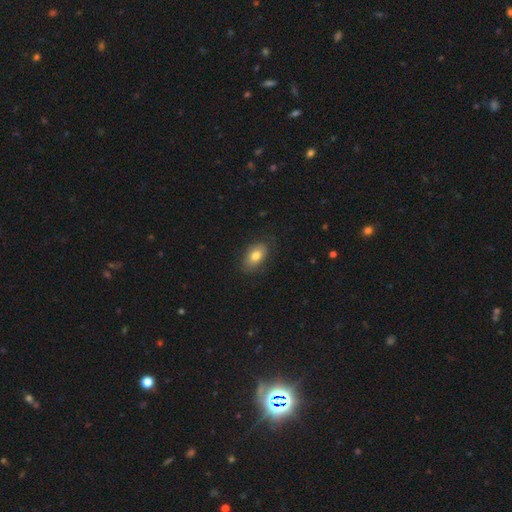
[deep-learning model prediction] Morphology: type=smooth (78%); roundness=in between (90%); merging=none (81%).